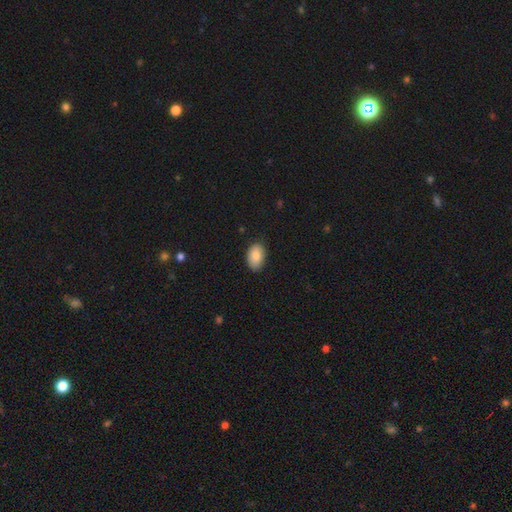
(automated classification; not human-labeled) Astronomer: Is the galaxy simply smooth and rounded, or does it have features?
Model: smooth — 88%.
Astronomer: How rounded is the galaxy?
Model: in between — 90%.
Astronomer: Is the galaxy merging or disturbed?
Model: none — 85%.